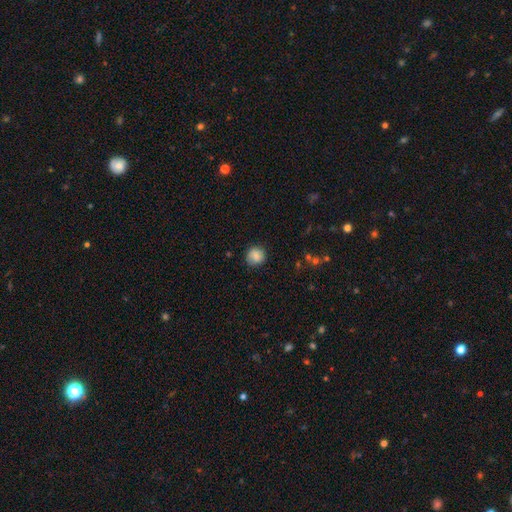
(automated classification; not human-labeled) Morphology: type=smooth (81%); roundness=round (87%); merging=none (83%).